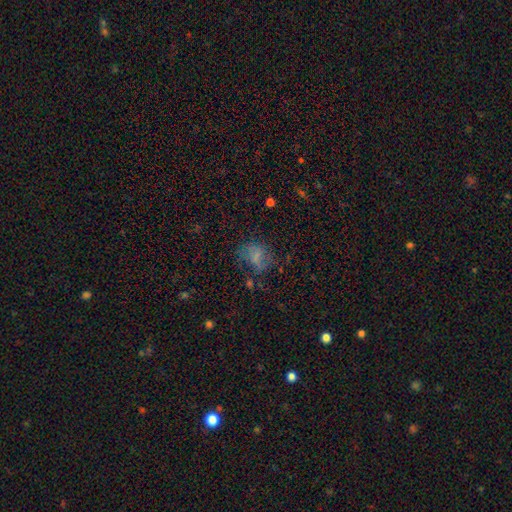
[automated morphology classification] Overall: smooth (51%; featured or disk 31%). How rounded: in between (58%; round 40%). Merging: none (51%; major disturbance 23%).